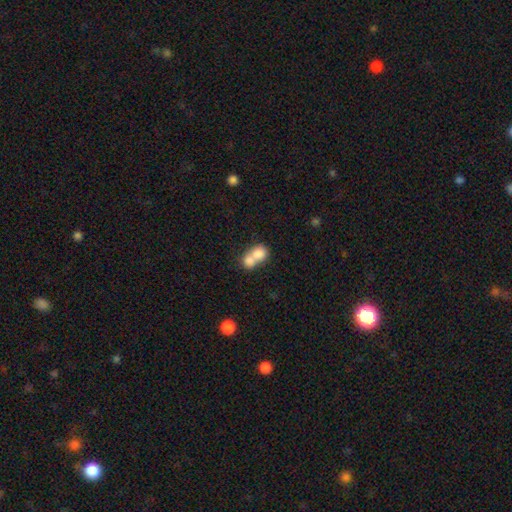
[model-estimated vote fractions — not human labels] smooth_or_featured: smooth (p=0.77) [alt: featured or disk p=0.15]
how_rounded: round (p=0.60) [alt: in between p=0.39]
merging: merger (p=0.74) [alt: none p=0.19]